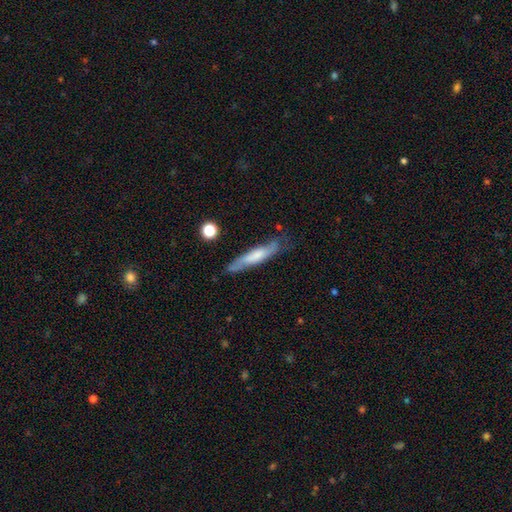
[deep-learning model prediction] Smooth or featured? smooth (52%)
How rounded? cigar-shaped (87%)
Merging? none (70%)